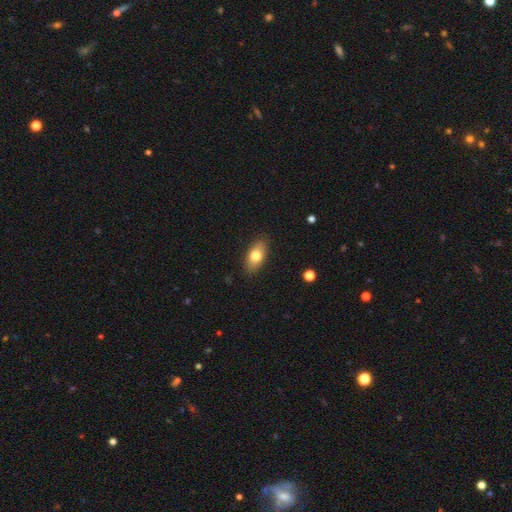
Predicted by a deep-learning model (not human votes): Smooth or featured?
  - smooth: 75% *
  - featured or disk: 17%
  - star or artifact: 7%
How rounded?
  - in between: 89% *
  - round: 6%
  - cigar-shaped: 6%
Merging?
  - none: 87% *
  - minor disturbance: 10%
  - major disturbance: 2%
  - merger: 1%